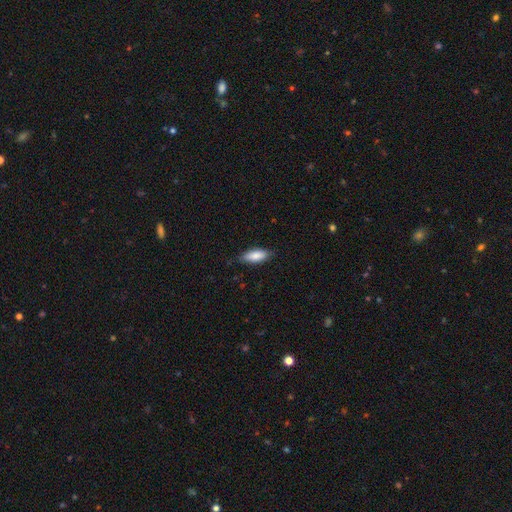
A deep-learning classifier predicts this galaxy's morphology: The model was most divided on "how rounded": in between: 74%, cigar-shaped: 24%, round: 2%. More confident: smooth or featured — smooth (84%); merging — none (81%).